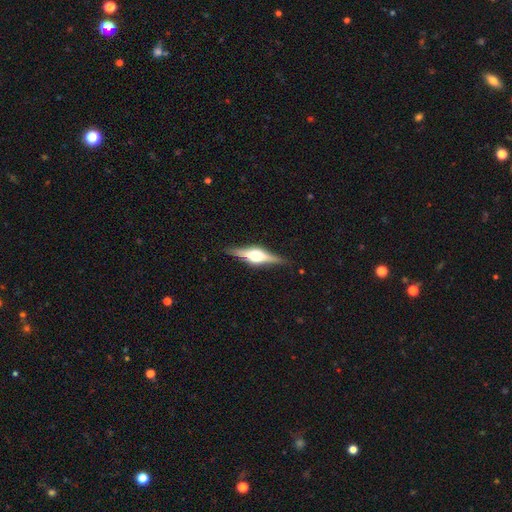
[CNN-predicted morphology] Q: Smooth or featured?
A: featured or disk (81%); runner-up: smooth (14%)
Q: Edge-on disk?
A: yes (98%); runner-up: no (2%)
Q: Edge-on bulge?
A: rounded (92%); runner-up: boxy (7%)
Q: Merging?
A: none (89%); runner-up: minor disturbance (8%)